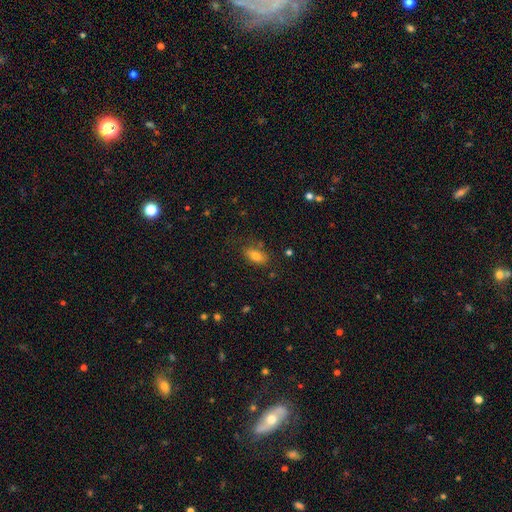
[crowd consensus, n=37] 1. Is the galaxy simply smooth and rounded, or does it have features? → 81% smooth, 16% featured or disk, 3% star or artifact.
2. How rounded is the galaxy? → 90% in between, 7% cigar-shaped, 3% round.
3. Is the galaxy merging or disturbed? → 89% none, 11% minor disturbance, 0% major disturbance, 0% merger.